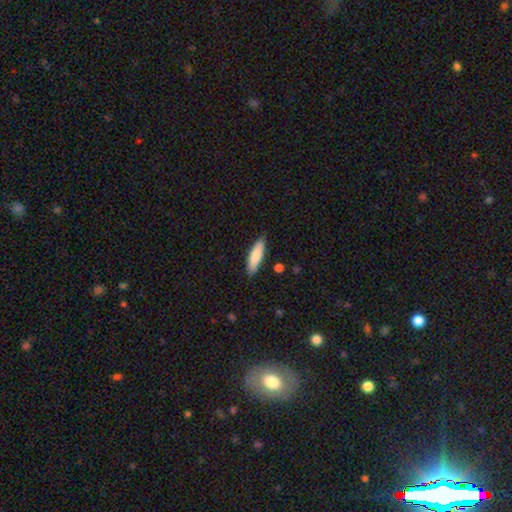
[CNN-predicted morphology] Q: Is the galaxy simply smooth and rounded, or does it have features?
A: smooth — 80%.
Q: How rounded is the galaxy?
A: cigar-shaped — 61%.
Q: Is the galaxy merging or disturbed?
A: none — 86%.